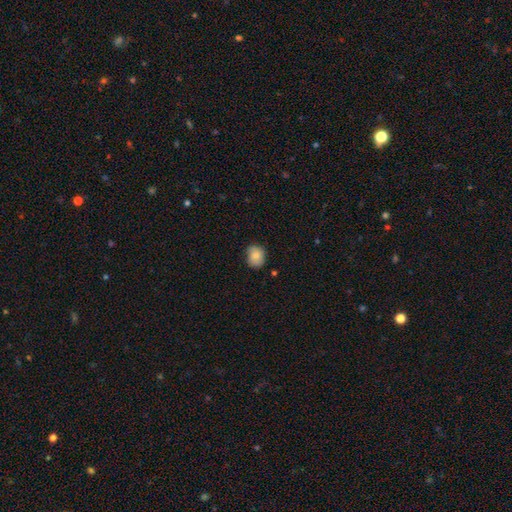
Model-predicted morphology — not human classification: This appears to be a smooth galaxy with no disk features (84%) that is round (61%). Merging: none (75%).